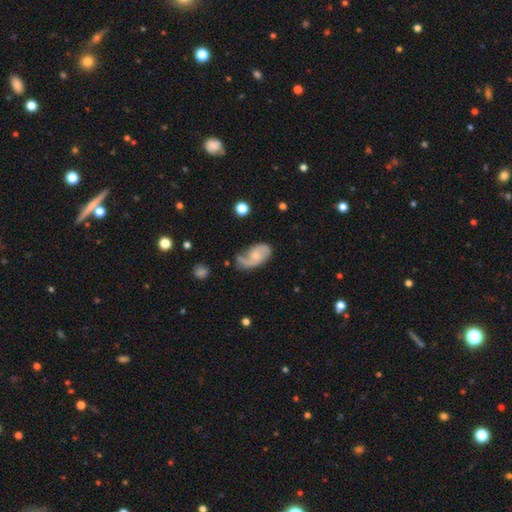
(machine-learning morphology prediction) Q: Smooth or featured?
A: featured or disk (71%); runner-up: smooth (23%)
Q: Edge-on disk?
A: no (97%); runner-up: yes (3%)
Q: Bar?
A: no (63%); runner-up: weak (32%)
Q: Spiral arms?
A: yes (92%); runner-up: no (8%)
Q: Spiral winding?
A: loose (43%); runner-up: medium (41%)
Q: Spiral arm count?
A: 2 (66%); runner-up: 1 (25%)
Q: Bulge size?
A: small (52%); runner-up: moderate (32%)
Q: Merging?
A: none (45%); runner-up: minor disturbance (29%)